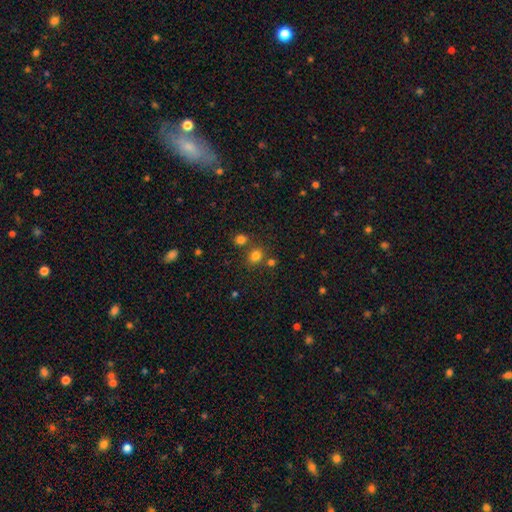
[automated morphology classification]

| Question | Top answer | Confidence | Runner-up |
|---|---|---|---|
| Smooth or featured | smooth | 77% | star or artifact (17%) |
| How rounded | round | 74% | in between (25%) |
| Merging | none | 70% | merger (17%) |